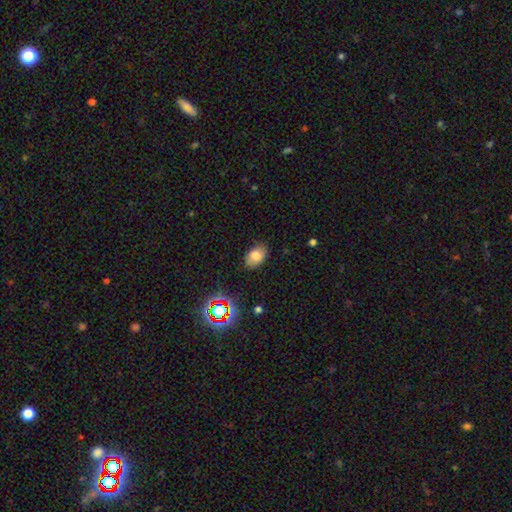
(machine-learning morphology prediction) A smooth galaxy with no disk features (78%) that is in between round and cigar-shaped (84%). Merging: none (81%).